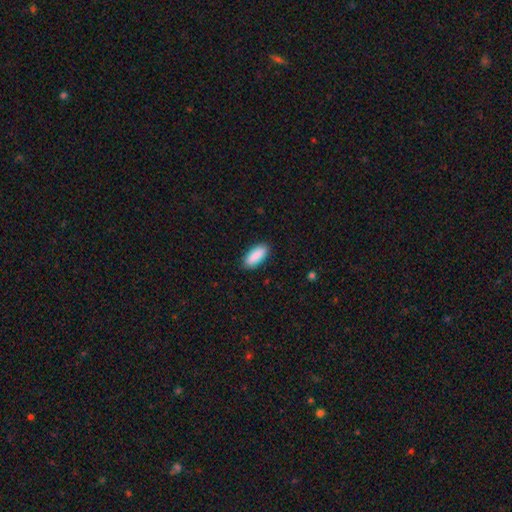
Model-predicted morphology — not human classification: Smooth or featured? smooth (91%)
How rounded? in between (81%)
Merging? none (89%)